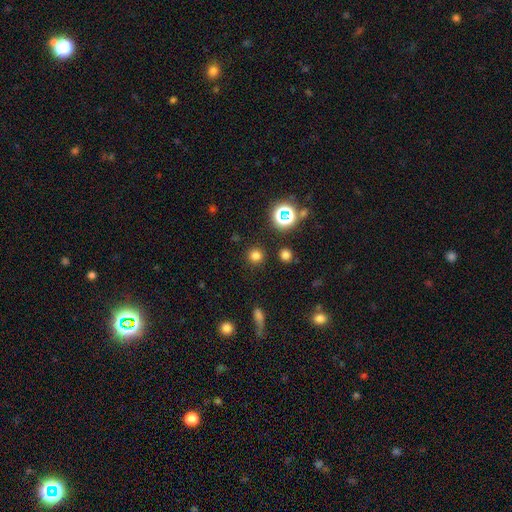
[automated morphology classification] This is likely a smooth galaxy (75%). How rounded: clearly round (93%). Merging: clearly none (89%).